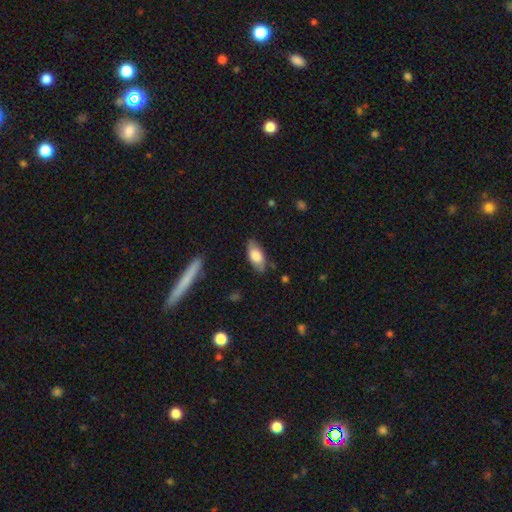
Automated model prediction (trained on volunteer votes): Morphology: type=smooth (75%); roundness=in between (87%); merging=none (80%).